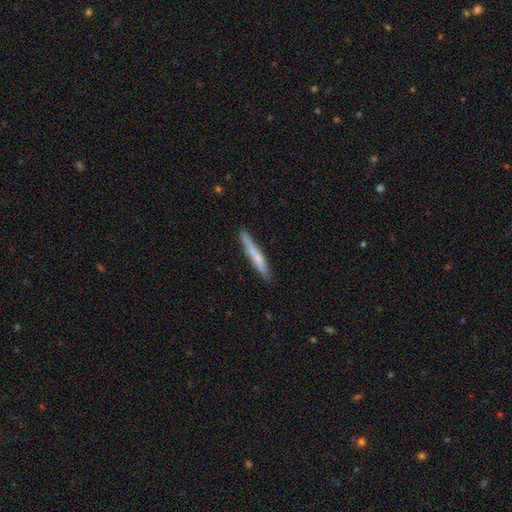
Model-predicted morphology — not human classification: Smooth or featured: smooth — 62% (featured or disk — 32%)
How rounded: cigar-shaped — 96% (in between — 3%)
Merging: none — 86% (minor disturbance — 11%)